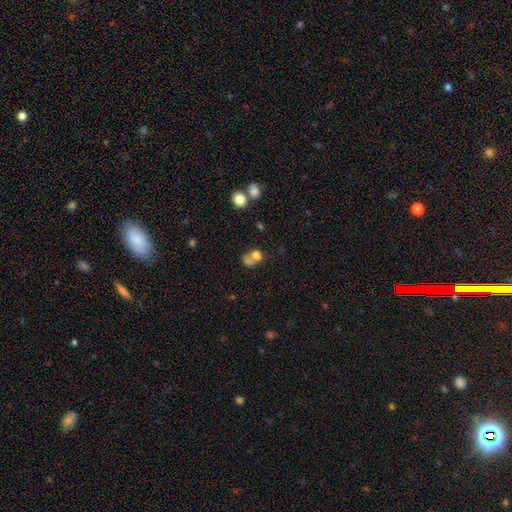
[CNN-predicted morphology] A smooth galaxy with no disk features (71%) that is round (60%).

Vote fractions:
- Smooth or featured? smooth: 71% / featured or disk: 16% / star or artifact: 12%
- How rounded? round: 60% / in between: 39% / cigar-shaped: 1%
- Merging? merger: 55% / none: 27% / minor disturbance: 9% / major disturbance: 9%